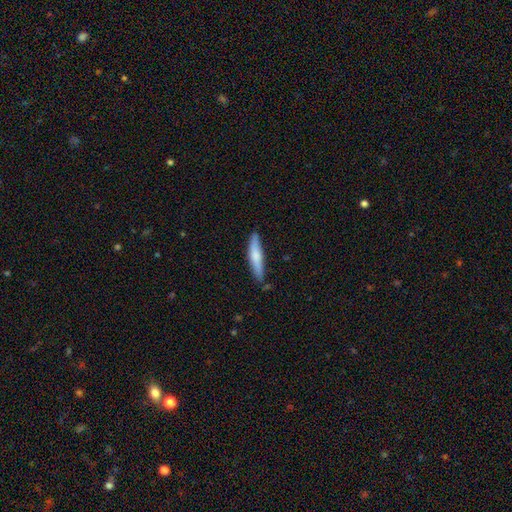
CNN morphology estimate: This is likely a smooth galaxy (66%). How rounded: clearly cigar-shaped (87%). Merging: likely none (79%).